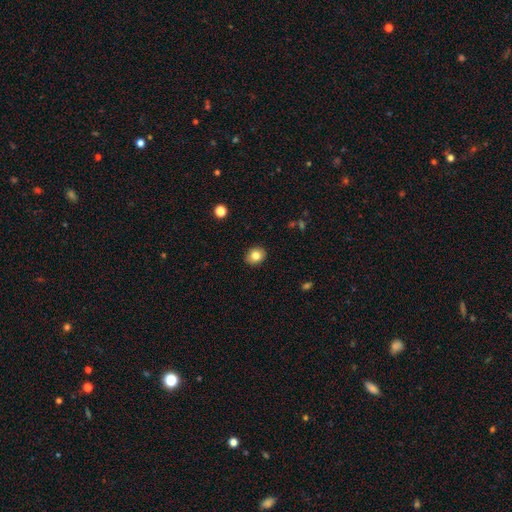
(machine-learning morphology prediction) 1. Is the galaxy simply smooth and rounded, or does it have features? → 82% smooth, 10% star or artifact, 8% featured or disk.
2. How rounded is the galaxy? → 64% round, 35% in between, 1% cigar-shaped.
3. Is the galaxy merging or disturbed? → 89% none, 8% minor disturbance, 2% major disturbance, 1% merger.